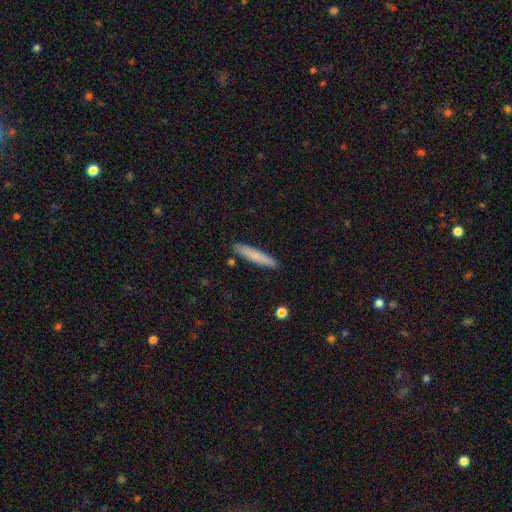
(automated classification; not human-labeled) Smooth or featured: smooth — 76% (featured or disk — 18%)
How rounded: cigar-shaped — 91% (in between — 7%)
Merging: none — 90% (minor disturbance — 7%)